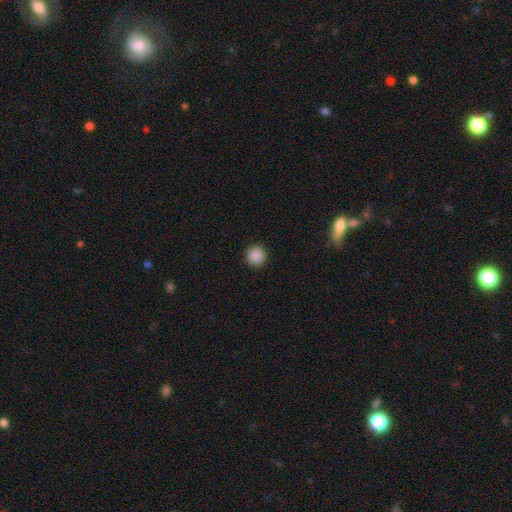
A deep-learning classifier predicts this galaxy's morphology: Smooth or featured?
  - smooth: 88% *
  - star or artifact: 9%
  - featured or disk: 2%
How rounded?
  - round: 94% *
  - in between: 5%
  - cigar-shaped: 1%
Merging?
  - none: 92% *
  - minor disturbance: 5%
  - major disturbance: 2%
  - merger: 1%